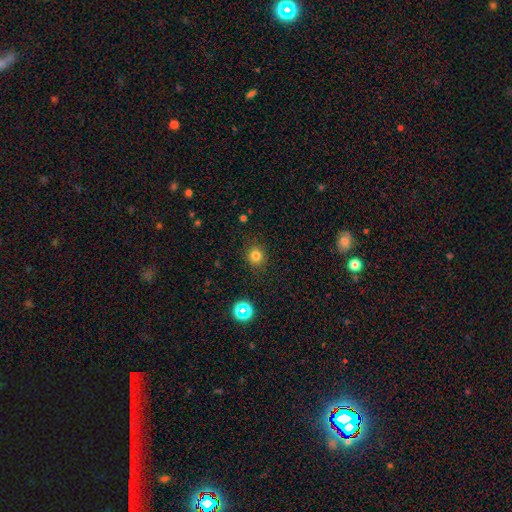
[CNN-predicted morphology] A smooth galaxy with no disk features (79%) that is round (88%).

Vote fractions:
- Smooth or featured? smooth: 79% / star or artifact: 15% / featured or disk: 6%
- How rounded? round: 88% / in between: 11% / cigar-shaped: 1%
- Merging? none: 89% / minor disturbance: 7% / major disturbance: 3% / merger: 1%